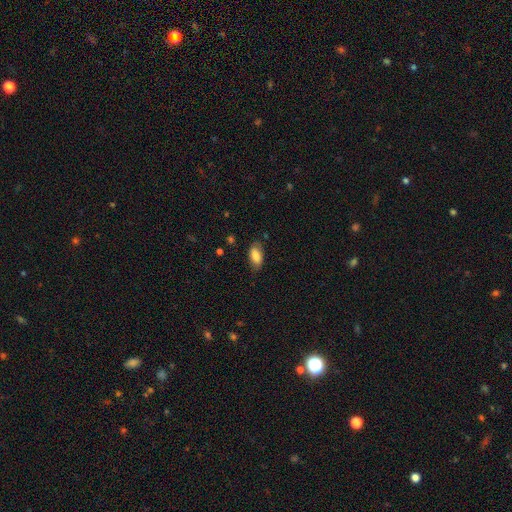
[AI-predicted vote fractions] Overall: smooth (84%). How rounded: in between (90%). Merging: none (74%).